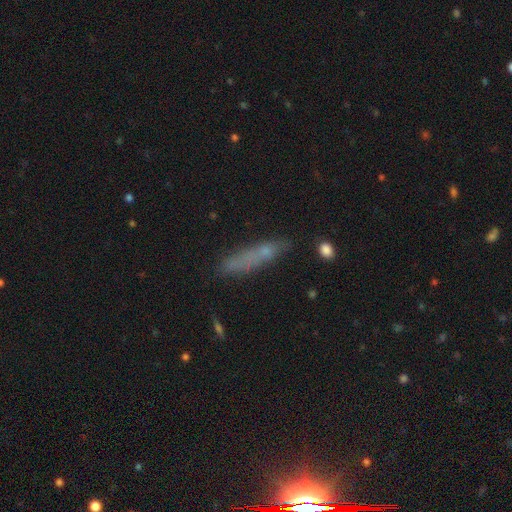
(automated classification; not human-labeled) The model was most divided on "smooth or featured": smooth: 61%, featured or disk: 25%, star or artifact: 14%. More confident: how rounded — cigar-shaped (87%); merging — none (70%).